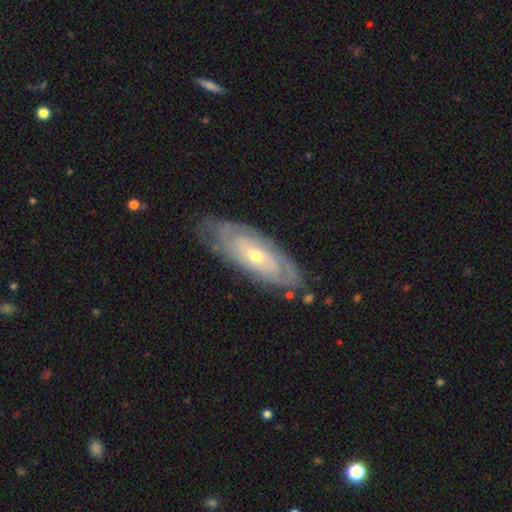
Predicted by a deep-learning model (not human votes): smooth-or-featured: featured or disk: 77% | smooth: 17% | star or artifact: 6%
  disk-edge-on: no: 86% | yes: 14%
    bar: no: 76% | weak: 19% | strong: 5%
    has-spiral-arms: yes: 82% | no: 18%
      spiral-winding: tight: 78% | medium: 17% | loose: 5%
      spiral-arm-count: can't tell: 63% | 2: 18% | 3: 7% | 4: 5% | more than 4: 4% | 1: 4%
    bulge-size: small: 58% | moderate: 39% | large: 2% | none: 1% | dominant: 1%
  merging: none: 76% | minor disturbance: 18% | major disturbance: 5% | merger: 2%